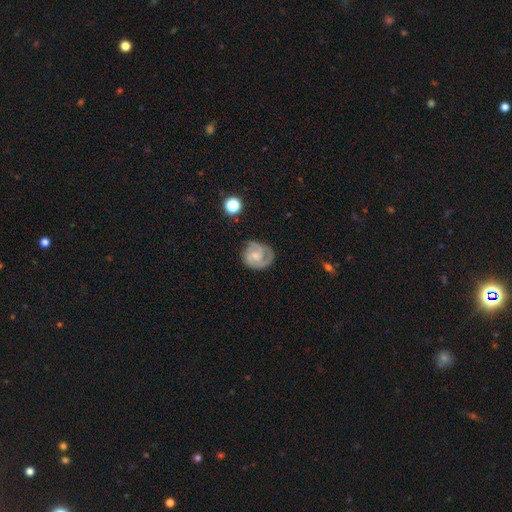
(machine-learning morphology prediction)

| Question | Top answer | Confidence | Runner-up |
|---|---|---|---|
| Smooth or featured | featured or disk | 76% | smooth (17%) |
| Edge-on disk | no | 98% | yes (2%) |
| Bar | no | 63% | weak (32%) |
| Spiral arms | yes | 95% | no (5%) |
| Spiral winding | tight | 51% | medium (39%) |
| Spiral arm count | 2 | 55% | 3 (19%) |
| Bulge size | small | 57% | moderate (30%) |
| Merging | none | 69% | minor disturbance (21%) |